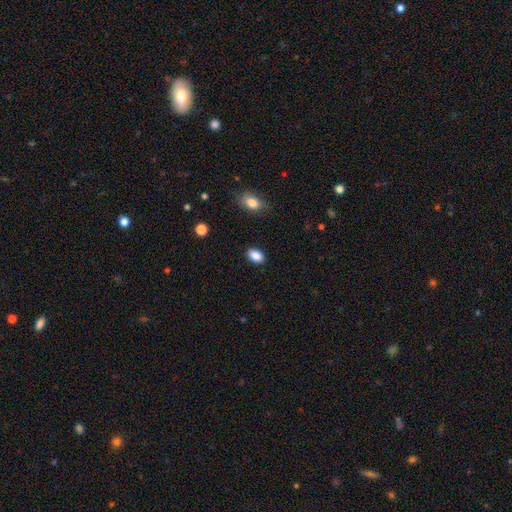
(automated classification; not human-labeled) A smooth galaxy with no disk features (88%) that is in between round and cigar-shaped (87%). Merging: none (88%).